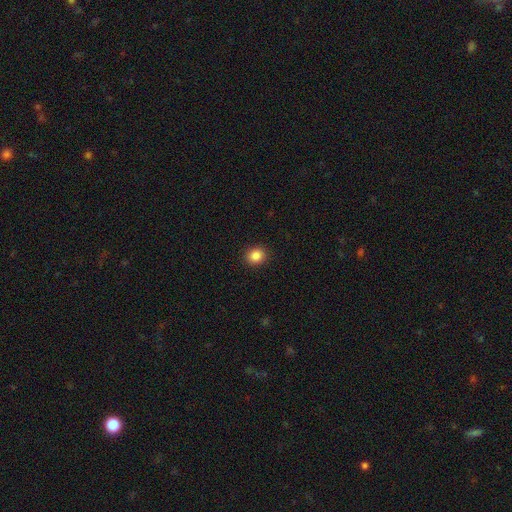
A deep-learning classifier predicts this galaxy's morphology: smooth_or_featured: smooth (p=0.86) [alt: star or artifact p=0.10]
how_rounded: round (p=0.78) [alt: in between p=0.22]
merging: none (p=0.92) [alt: minor disturbance p=0.06]